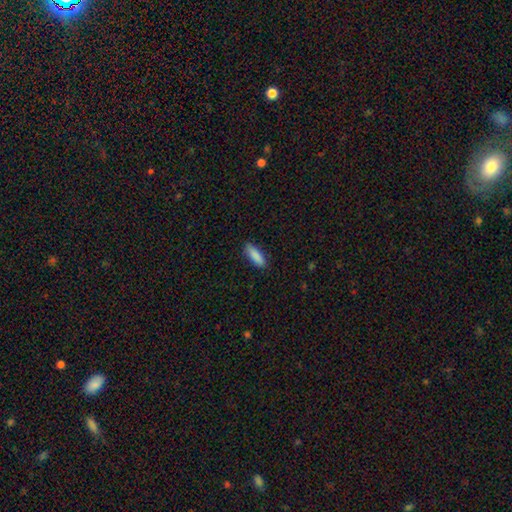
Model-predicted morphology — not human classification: smooth 89%, star or artifact 6%, featured or disk 5%. Down the decision tree: how rounded — in between (55%); merging — none (87%).